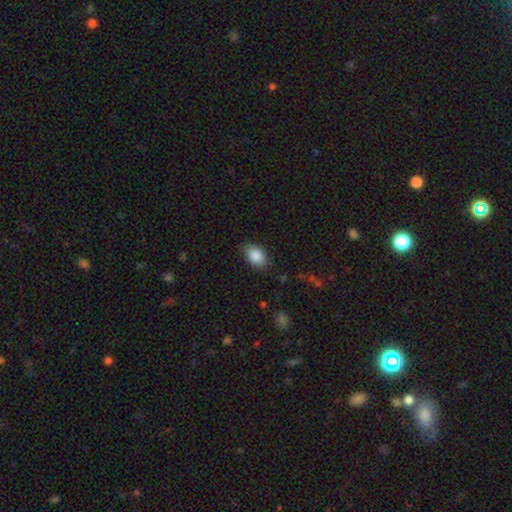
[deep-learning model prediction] This is clearly a smooth galaxy (88%). How rounded: clearly in between (84%). Merging: clearly none (81%).